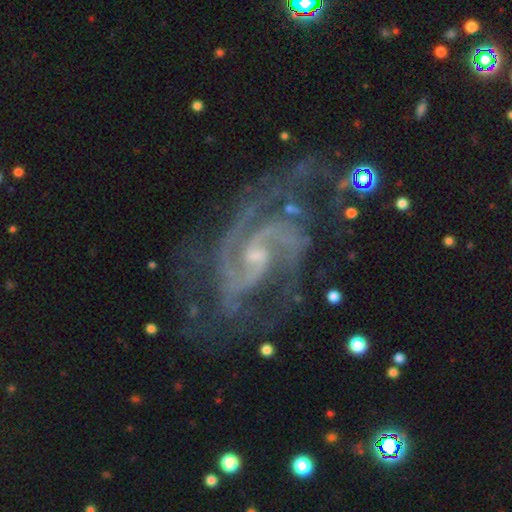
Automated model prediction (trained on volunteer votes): A featured or disk galaxy (90%) with a weak bar (43%), 2 (62%) medium (51%) spiral arms (98%) and a small central bulge (70%).

Vote fractions:
- Smooth or featured? featured or disk: 90% / star or artifact: 7% / smooth: 3%
- Edge-on disk? no: 97% / yes: 3%
- Bar? weak: 43% / no: 41% / strong: 15%
- Spiral arms? yes: 98% / no: 2%
- Spiral winding? medium: 51% / tight: 36% / loose: 13%
- Spiral arm count? 2: 62% / 3: 13% / can't tell: 10% / 4: 5% / 1: 5% / more than 4: 5%
- Bulge size? small: 70% / moderate: 22% / none: 6% / large: 1% / dominant: 1%
- Merging? none: 64% / minor disturbance: 19% / major disturbance: 14% / merger: 3%